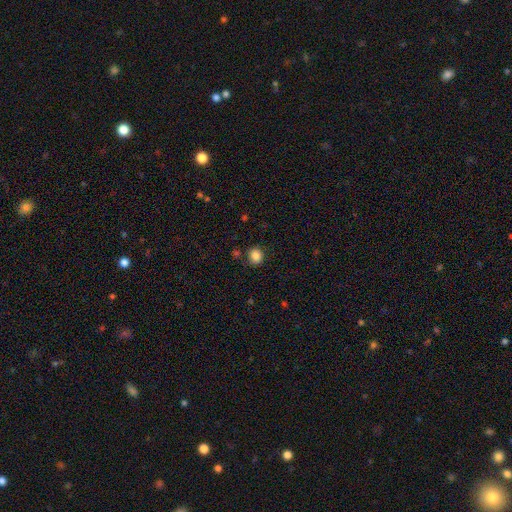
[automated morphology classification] smooth 85%, star or artifact 10%, featured or disk 4%. Down the decision tree: how rounded — round (81%); merging — none (83%).